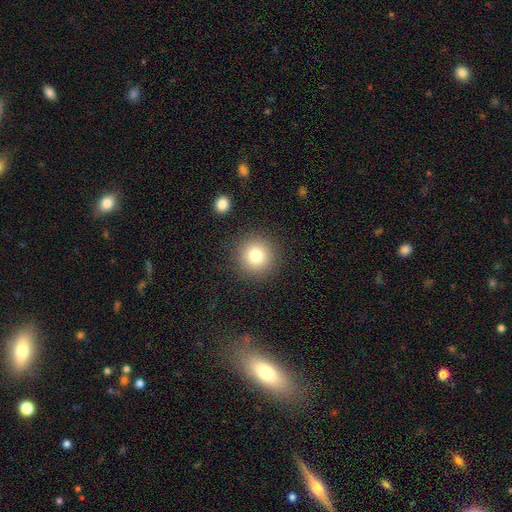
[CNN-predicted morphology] A smooth galaxy with no disk features (79%) that is round (94%). Merging: none (89%).